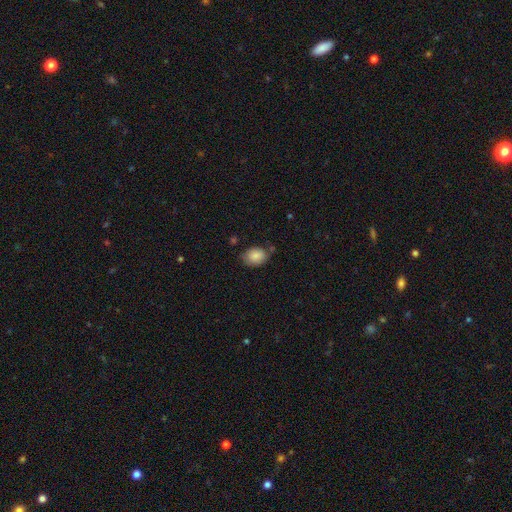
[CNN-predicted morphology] Smooth or featured: smooth — 84% (featured or disk — 8%)
How rounded: in between — 68% (round — 31%)
Merging: none — 65% (minor disturbance — 25%)